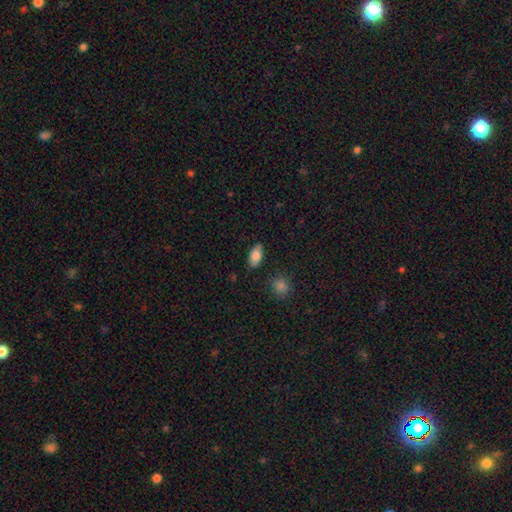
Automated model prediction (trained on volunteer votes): Morphology: type=smooth (81%); roundness=in between (90%); merging=none (85%).